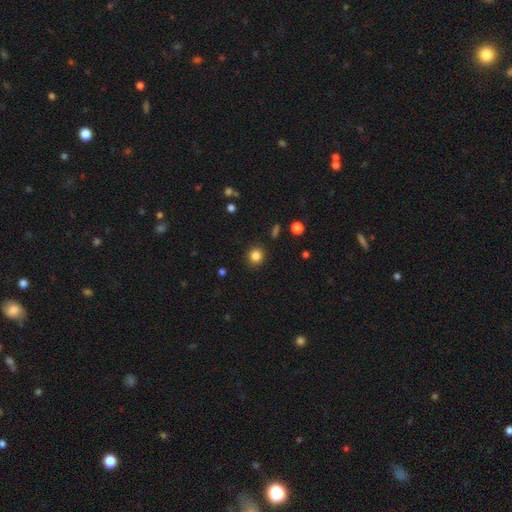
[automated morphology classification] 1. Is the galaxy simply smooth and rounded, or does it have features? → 84% smooth, 11% star or artifact, 4% featured or disk.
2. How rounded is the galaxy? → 88% round, 11% in between, 1% cigar-shaped.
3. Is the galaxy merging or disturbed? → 90% none, 7% minor disturbance, 2% major disturbance, 1% merger.